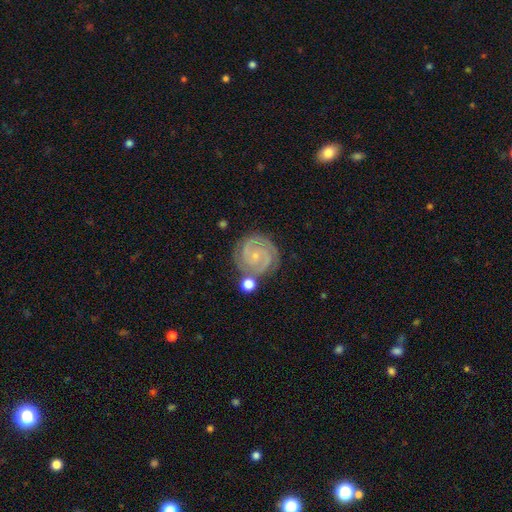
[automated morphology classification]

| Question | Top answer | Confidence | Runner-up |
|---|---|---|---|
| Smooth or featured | featured or disk | 90% | star or artifact (5%) |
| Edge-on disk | no | 98% | yes (2%) |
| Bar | no | 70% | weak (23%) |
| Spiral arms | yes | 98% | no (2%) |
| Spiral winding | tight | 76% | medium (22%) |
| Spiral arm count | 2 | 61% | 3 (24%) |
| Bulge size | small | 81% | moderate (12%) |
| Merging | none | 75% | minor disturbance (14%) |